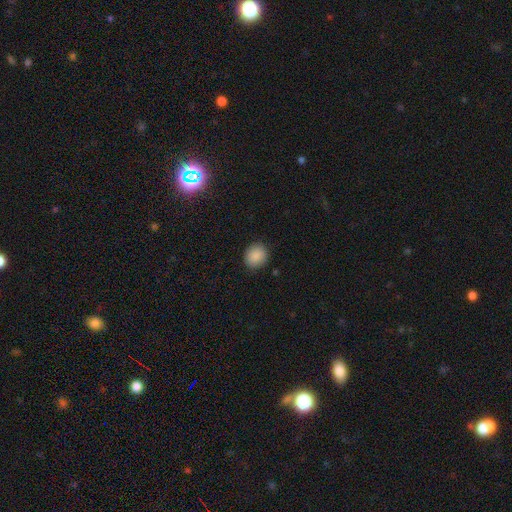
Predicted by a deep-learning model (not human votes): Morphology: type=smooth (89%); roundness=round (75%); merging=none (89%).